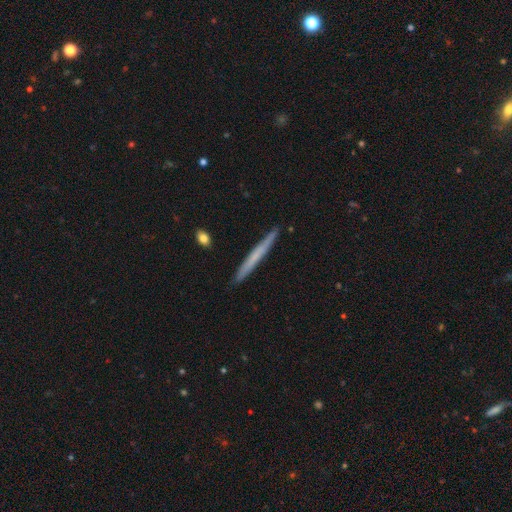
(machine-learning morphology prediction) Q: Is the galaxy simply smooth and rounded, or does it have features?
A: smooth — 54%.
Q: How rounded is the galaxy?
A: cigar-shaped — 97%.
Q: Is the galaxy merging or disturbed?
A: none — 91%.